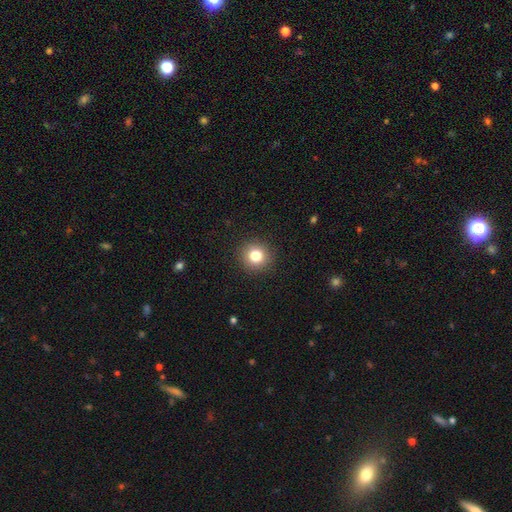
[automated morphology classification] Smooth or featured? Predicted: smooth (p=0.80). How rounded? Predicted: round (p=0.92). Merging? Predicted: none (p=0.92).